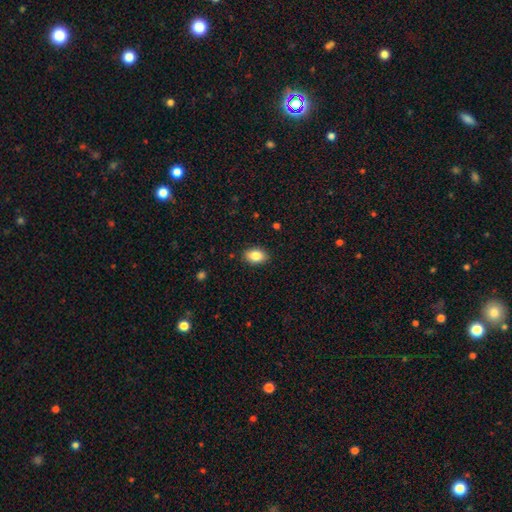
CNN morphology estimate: A smooth galaxy with no disk features (85%) that is in between round and cigar-shaped (87%).

Vote fractions:
- Smooth or featured? smooth: 85% / star or artifact: 8% / featured or disk: 7%
- How rounded? in between: 87% / round: 11% / cigar-shaped: 1%
- Merging? none: 88% / minor disturbance: 9% / major disturbance: 2% / merger: 1%